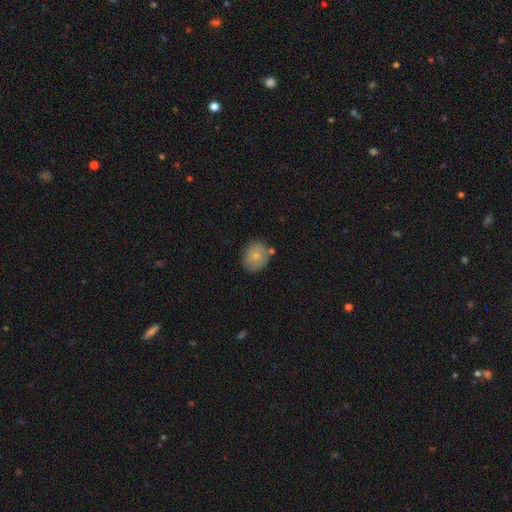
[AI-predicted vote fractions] smooth 78%, featured or disk 14%, star or artifact 8%. Down the decision tree: how rounded — round (65%); merging — none (75%).